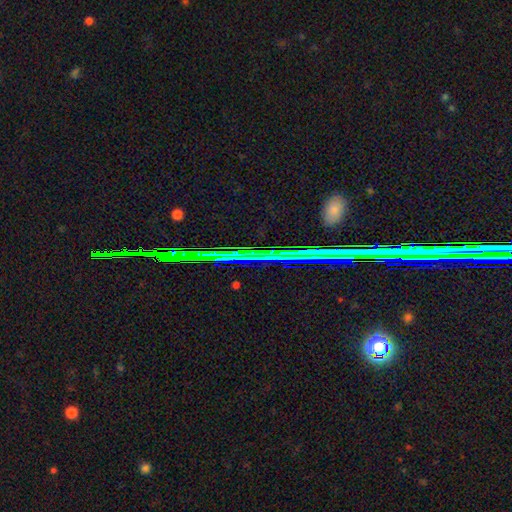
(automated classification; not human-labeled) Overall: star or artifact (79%).